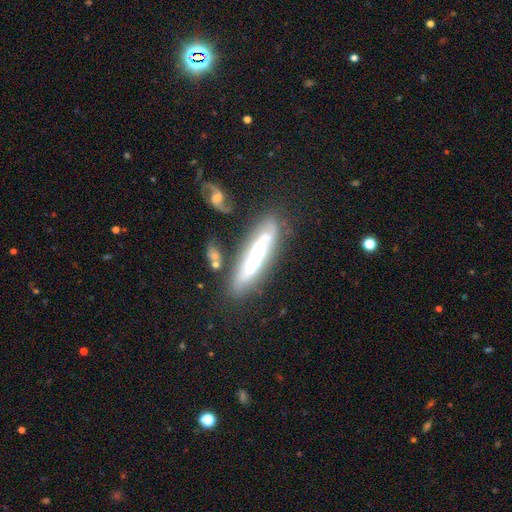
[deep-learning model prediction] Smooth or featured?
  - featured or disk: 61% *
  - smooth: 30%
  - star or artifact: 9%
Edge-on disk?
  - no: 53% *
  - yes: 47%
Merging?
  - none: 63% *
  - minor disturbance: 20%
  - merger: 9%
  - major disturbance: 8%